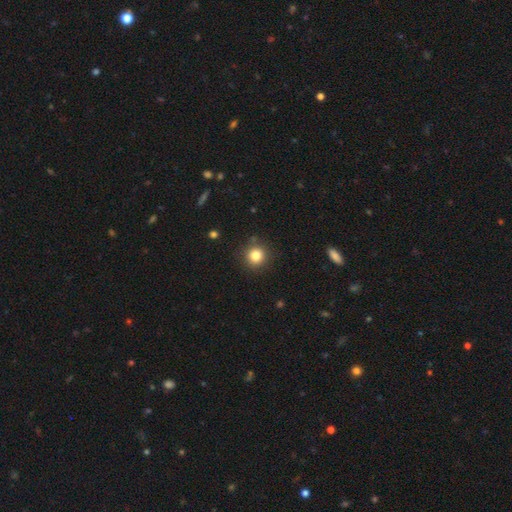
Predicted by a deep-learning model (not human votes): Smooth or featured? Predicted: smooth (p=0.82). How rounded? Predicted: round (p=0.93). Merging? Predicted: none (p=0.88).